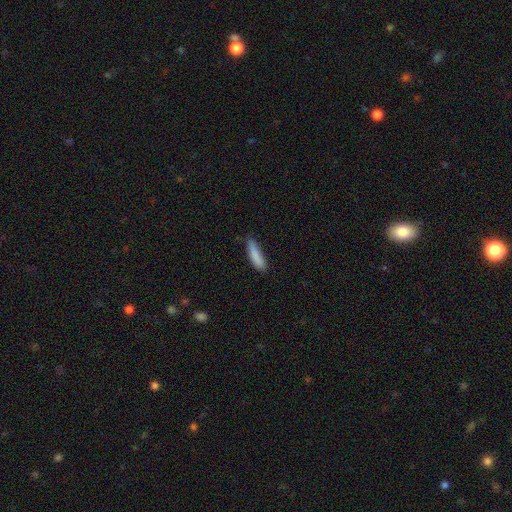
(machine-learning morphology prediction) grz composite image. It shows a smooth galaxy with no disk features (85%) that is cigar-shaped (75%). Merging: none (73%).